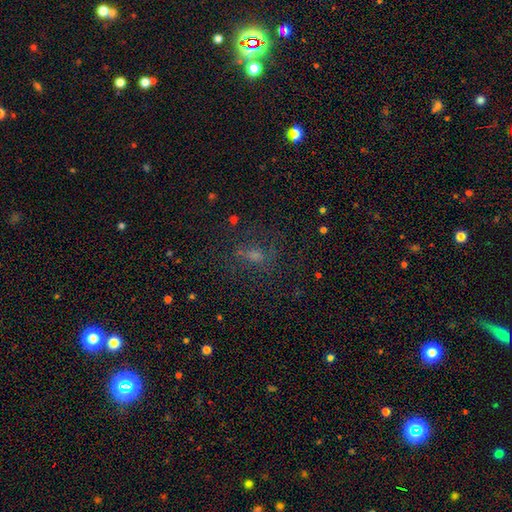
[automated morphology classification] Overall: smooth (42%; star or artifact 31%). Merging: none (64%).